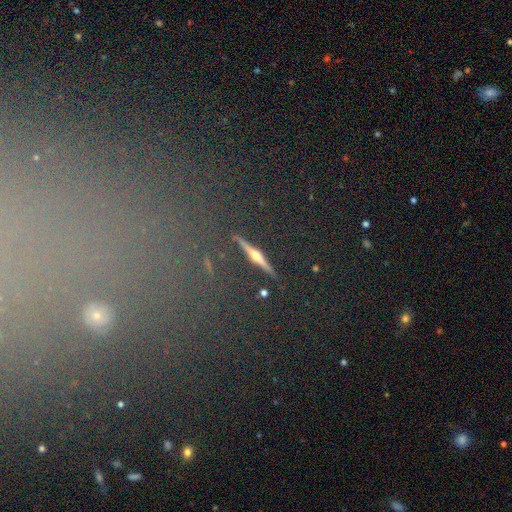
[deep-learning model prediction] smooth-or-featured: featured or disk: 59% | star or artifact: 23% | smooth: 18%
  disk-edge-on: yes: 88% | no: 12%
    edge-on-bulge: rounded: 91% | none: 5% | boxy: 4%
  merging: none: 86% | minor disturbance: 7% | major disturbance: 3% | merger: 3%